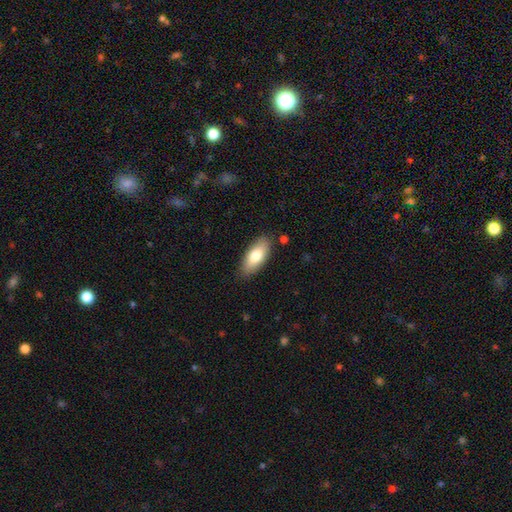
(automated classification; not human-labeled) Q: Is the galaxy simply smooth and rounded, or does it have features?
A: smooth — 76%.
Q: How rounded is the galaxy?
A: in between — 82%.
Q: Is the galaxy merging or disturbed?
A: none — 85%.